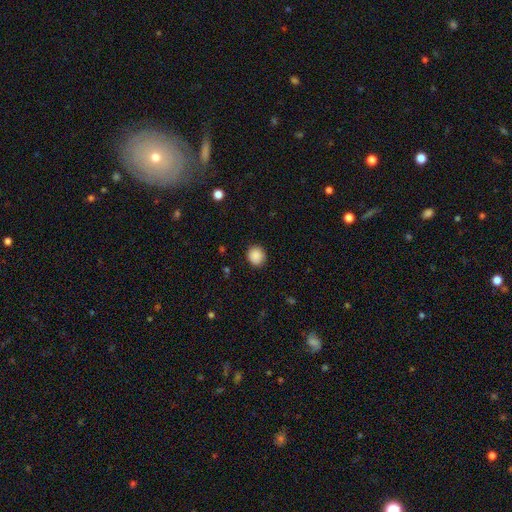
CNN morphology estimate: This appears to be a smooth galaxy with no disk features (89%) that is round (83%). Merging: none (87%).